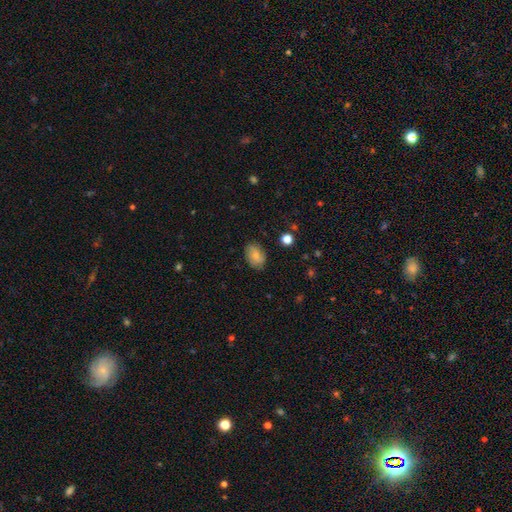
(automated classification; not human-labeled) The model was most divided on "merging": none: 78%, minor disturbance: 17%, major disturbance: 4%, merger: 1%. More confident: how rounded — in between (80%); smooth or featured — smooth (77%).